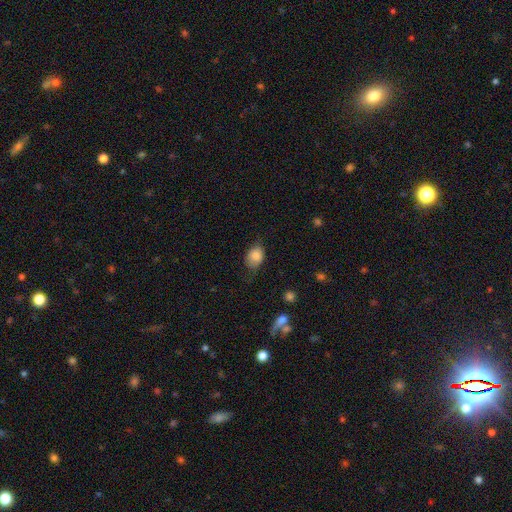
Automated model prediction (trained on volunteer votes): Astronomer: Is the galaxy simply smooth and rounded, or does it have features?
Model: smooth — 83%.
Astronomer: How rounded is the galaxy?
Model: in between — 75%.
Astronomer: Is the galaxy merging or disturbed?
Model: none — 60%.